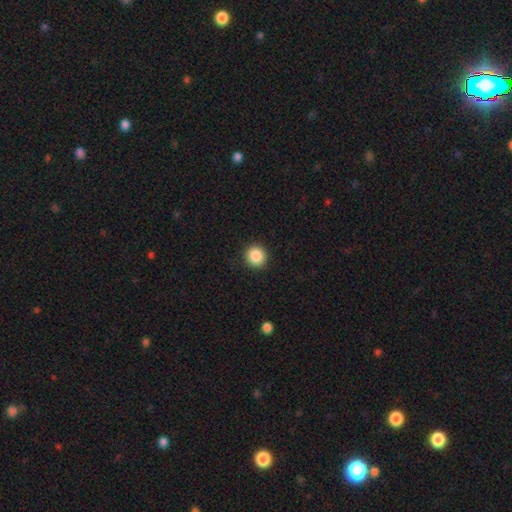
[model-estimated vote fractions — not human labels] Morphology: type=smooth (87%); roundness=round (92%); merging=none (91%).